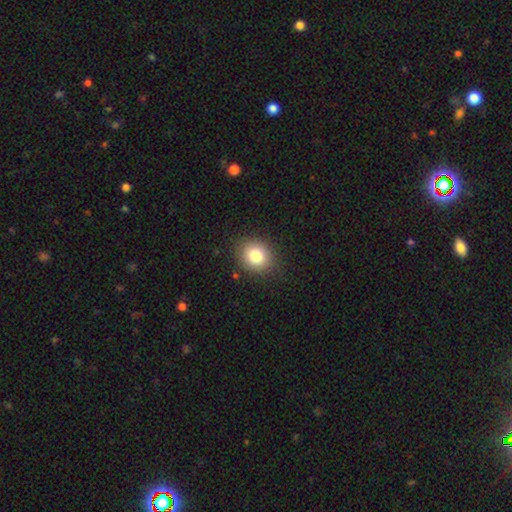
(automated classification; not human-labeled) smooth-or-featured: smooth: 81% | star or artifact: 10% | featured or disk: 9%
  how-rounded: round: 68% | in between: 31% | cigar-shaped: 1%
  merging: none: 86% | minor disturbance: 9% | major disturbance: 3% | merger: 1%